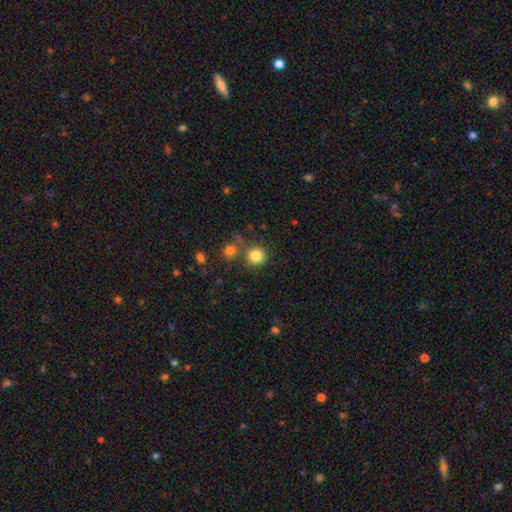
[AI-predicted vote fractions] Smooth or featured? Predicted: smooth (p=0.83). How rounded? Predicted: round (p=0.92). Merging? Predicted: none (p=0.74).